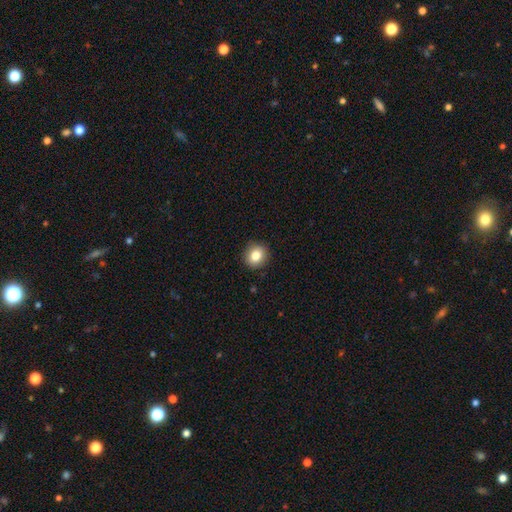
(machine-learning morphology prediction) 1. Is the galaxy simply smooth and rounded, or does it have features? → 83% smooth, 10% star or artifact, 8% featured or disk.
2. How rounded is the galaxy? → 85% round, 14% in between, 1% cigar-shaped.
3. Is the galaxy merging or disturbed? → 91% none, 6% minor disturbance, 2% major disturbance, 1% merger.